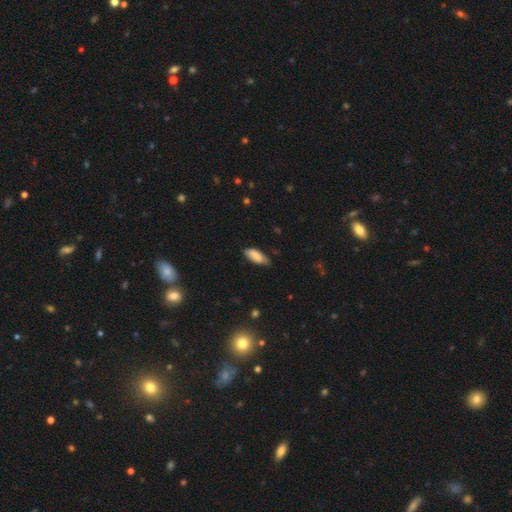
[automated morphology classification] type=smooth (85%); roundness=in between (78%); merging=none (67%).